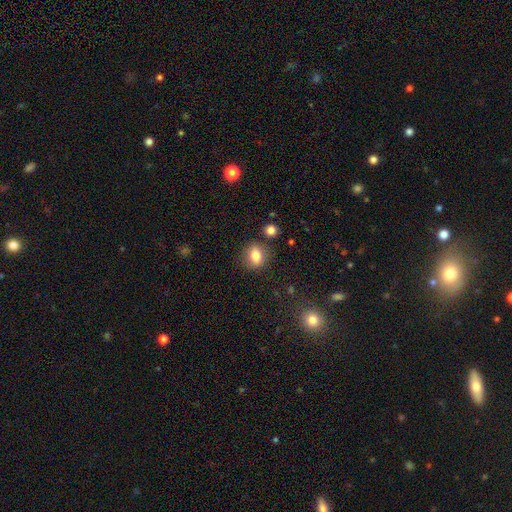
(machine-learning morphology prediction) Q: Smooth or featured?
A: smooth (80%); runner-up: featured or disk (11%)
Q: How rounded?
A: round (50%); runner-up: in between (48%)
Q: Merging?
A: none (81%); runner-up: minor disturbance (11%)